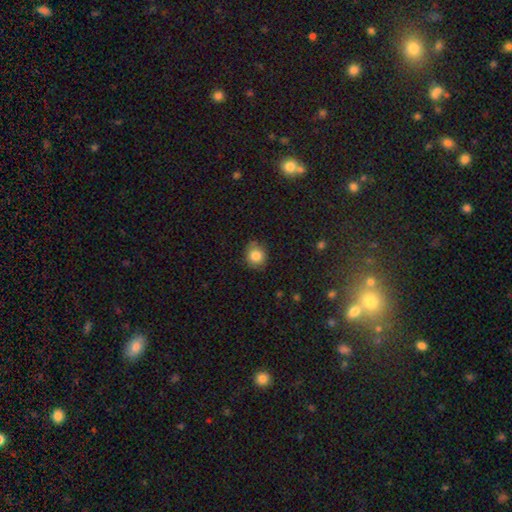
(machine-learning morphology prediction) Smooth or featured?
  - smooth: 82% *
  - star or artifact: 10%
  - featured or disk: 7%
How rounded?
  - round: 82% *
  - in between: 17%
  - cigar-shaped: 1%
Merging?
  - none: 82% *
  - minor disturbance: 14%
  - major disturbance: 3%
  - merger: 1%